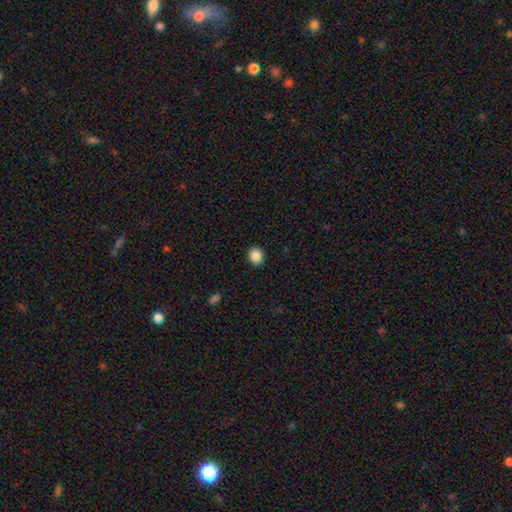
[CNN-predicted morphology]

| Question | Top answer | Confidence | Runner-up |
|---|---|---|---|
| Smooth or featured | smooth | 88% | star or artifact (9%) |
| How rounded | round | 82% | in between (17%) |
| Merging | none | 91% | minor disturbance (6%) |